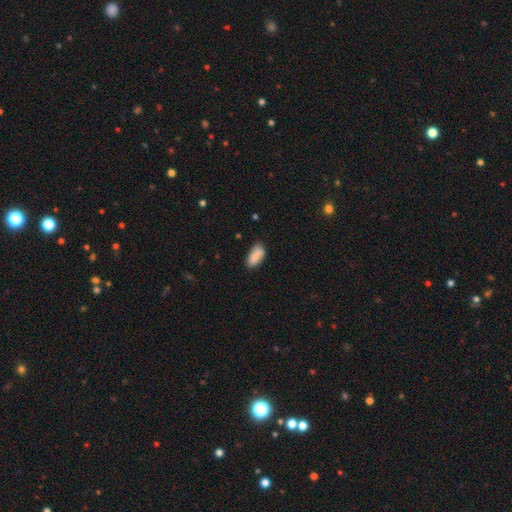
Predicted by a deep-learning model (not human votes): smooth 86%, star or artifact 7%, featured or disk 7%. Down the decision tree: how rounded — in between (90%); merging — none (68%).